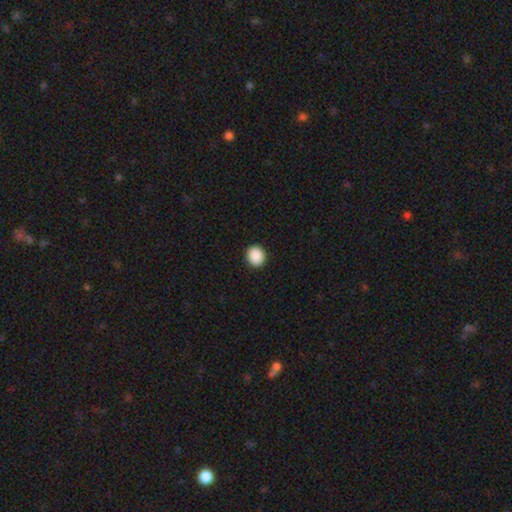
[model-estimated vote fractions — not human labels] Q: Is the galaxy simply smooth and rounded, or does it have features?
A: smooth — 90%.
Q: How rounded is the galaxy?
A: round — 77%.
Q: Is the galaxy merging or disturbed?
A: none — 92%.